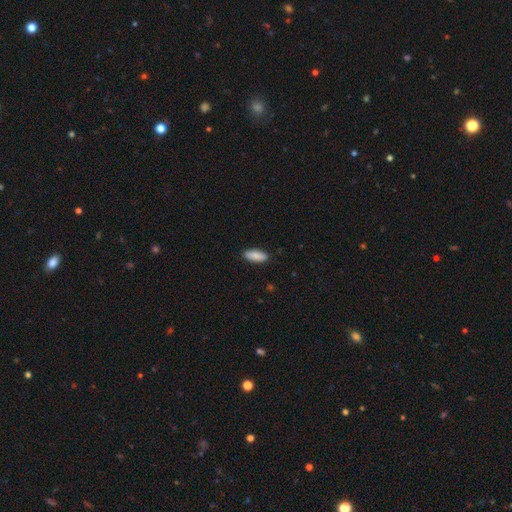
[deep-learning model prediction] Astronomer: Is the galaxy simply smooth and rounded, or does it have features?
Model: smooth — 87%.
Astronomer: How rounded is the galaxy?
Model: in between — 77%.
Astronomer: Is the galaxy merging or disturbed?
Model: none — 89%.